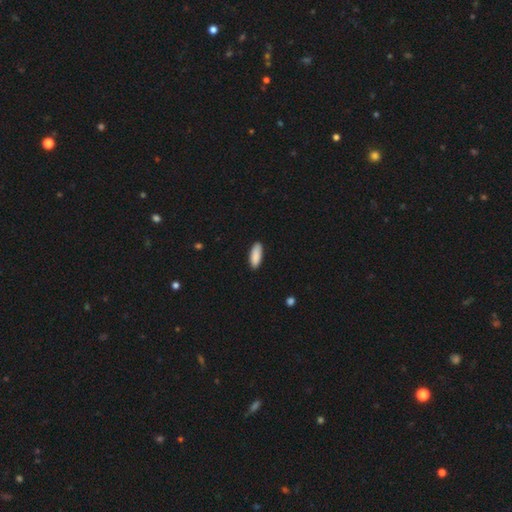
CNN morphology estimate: This appears to be a smooth galaxy with no disk features (90%) that is in between round and cigar-shaped (72%). Merging: none (87%).